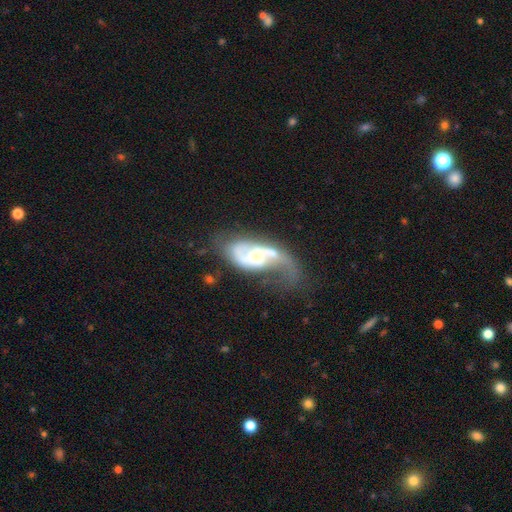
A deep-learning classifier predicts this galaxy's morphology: featured or disk 82%, smooth 13%, star or artifact 6%. Down the decision tree: edge-on disk — no (96%); bar — no (58%); spiral arms — yes (91%); spiral arm count — 2 (63%); spiral winding — loose (42%); bulge size — small (50%); merging — major disturbance (38%).